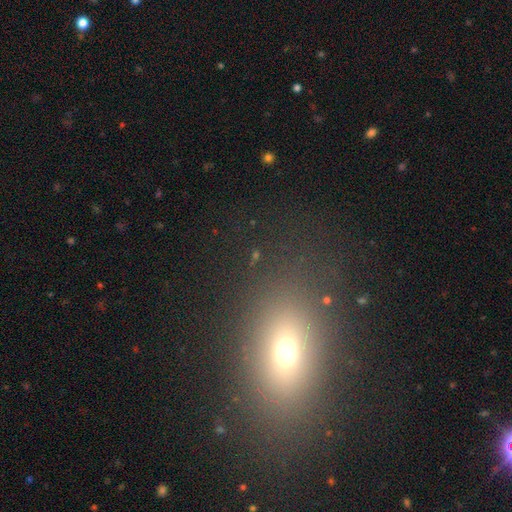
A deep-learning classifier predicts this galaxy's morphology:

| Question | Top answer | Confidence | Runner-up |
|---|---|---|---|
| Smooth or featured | star or artifact | 44% | smooth (43%) |